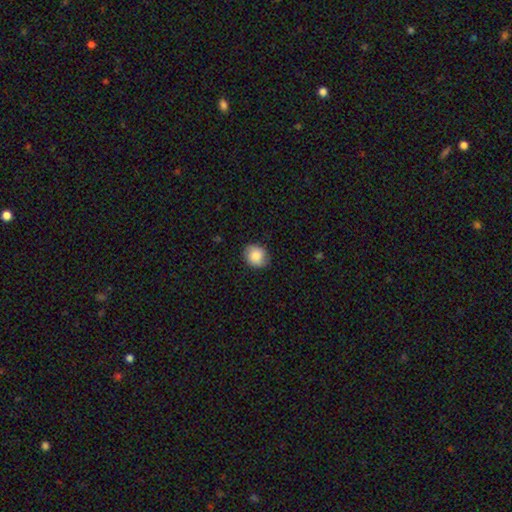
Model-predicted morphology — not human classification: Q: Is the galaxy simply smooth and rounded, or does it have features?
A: smooth — 83%.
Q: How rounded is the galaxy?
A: round — 67%.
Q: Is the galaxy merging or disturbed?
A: none — 82%.